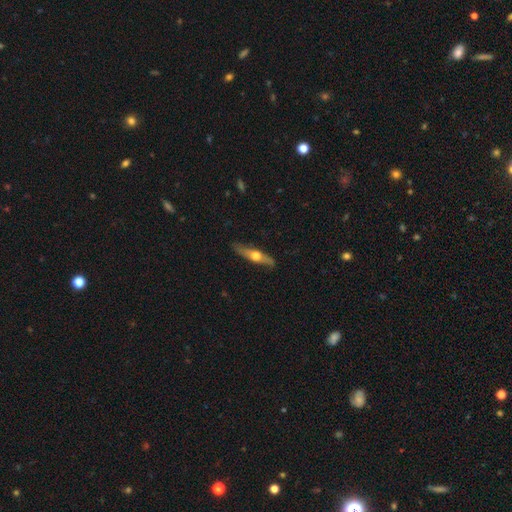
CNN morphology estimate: Overall: featured or disk (60%; smooth 35%). Edge-on disk: yes (88%). Edge-on bulge: rounded (94%). Merging: none (83%).